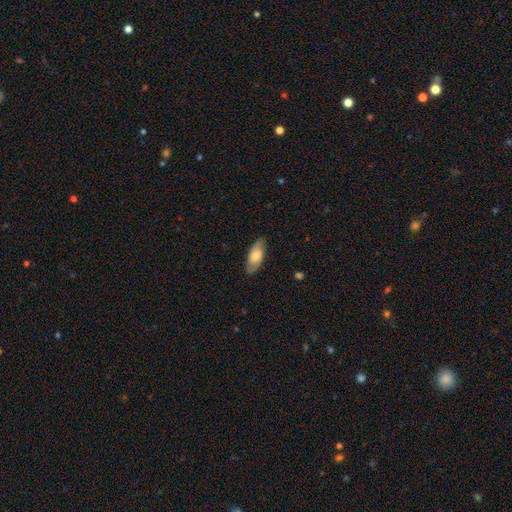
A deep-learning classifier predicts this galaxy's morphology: The model was most divided on "smooth or featured": smooth: 62%, featured or disk: 32%, star or artifact: 6%. More confident: how rounded — in between (83%); merging — none (83%).